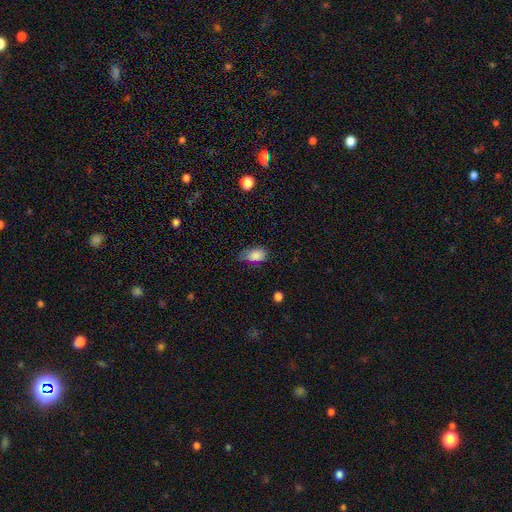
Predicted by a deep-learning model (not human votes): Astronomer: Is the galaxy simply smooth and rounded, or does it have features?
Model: smooth — 85%.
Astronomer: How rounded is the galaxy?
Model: in between — 90%.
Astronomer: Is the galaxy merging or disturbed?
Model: none — 53% (runner-up: minor disturbance, 36%).